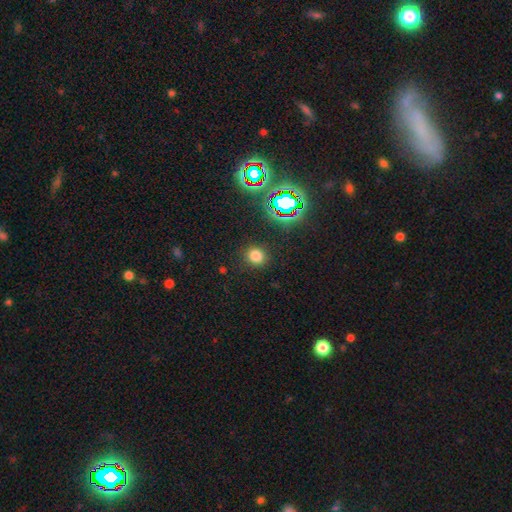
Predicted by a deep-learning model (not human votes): This appears to be a smooth galaxy with no disk features (74%) that is round (82%). Merging: none (88%).